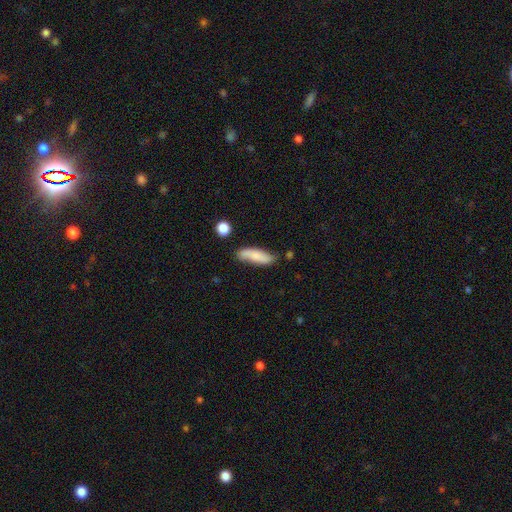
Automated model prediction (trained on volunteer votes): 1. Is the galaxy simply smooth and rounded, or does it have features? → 74% smooth, 19% featured or disk, 7% star or artifact.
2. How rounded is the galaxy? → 50% cigar-shaped, 47% in between, 2% round.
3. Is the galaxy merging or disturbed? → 66% none, 22% minor disturbance, 7% merger, 5% major disturbance.